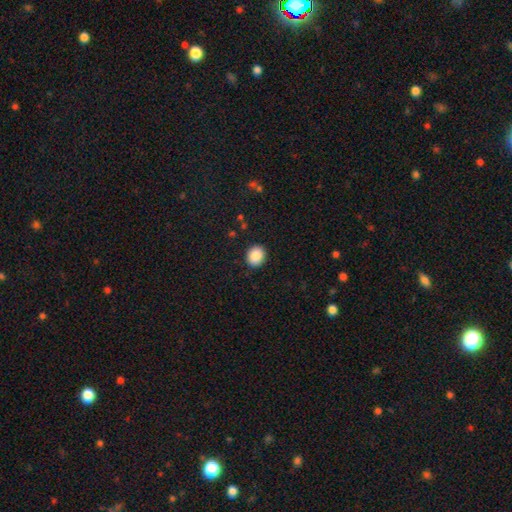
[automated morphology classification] type=smooth (88%); roundness=round (68%); merging=none (91%).